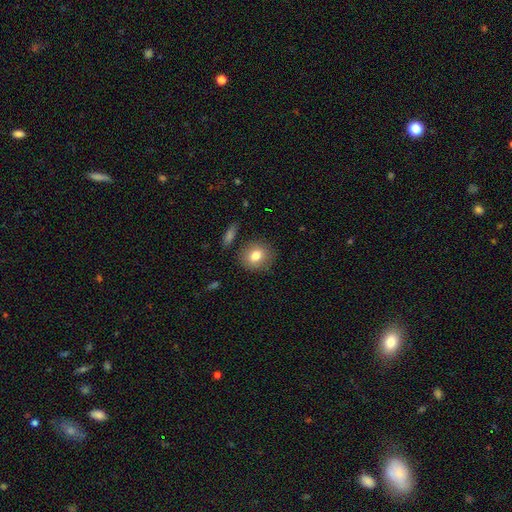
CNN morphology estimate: Q: Smooth or featured?
A: smooth (79%); runner-up: featured or disk (12%)
Q: How rounded?
A: round (72%); runner-up: in between (27%)
Q: Merging?
A: none (84%); runner-up: minor disturbance (10%)